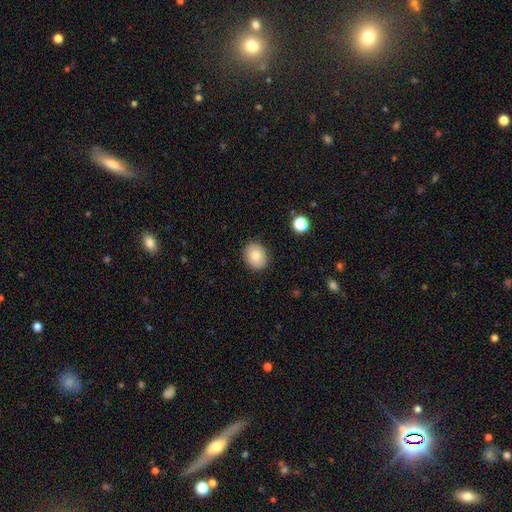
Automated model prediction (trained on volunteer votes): A smooth galaxy with no disk features (83%) that is round (53%). Merging: none (88%).